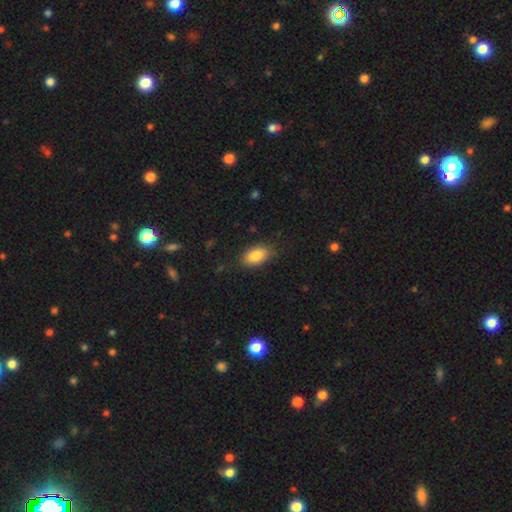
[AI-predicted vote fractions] This is clearly a smooth galaxy (84%). How rounded: clearly in between (91%). Merging: clearly none (81%).